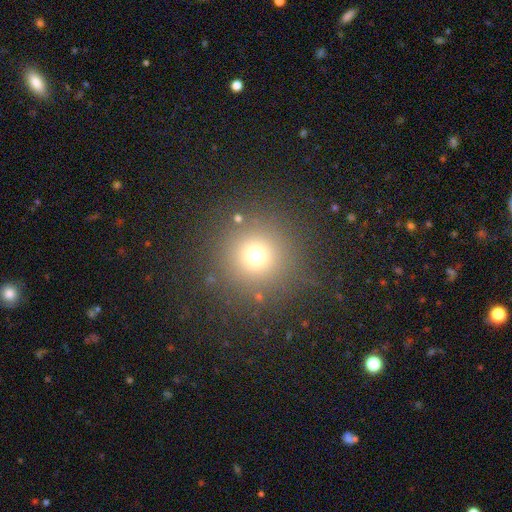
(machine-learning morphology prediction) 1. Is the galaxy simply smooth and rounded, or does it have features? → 69% smooth, 23% star or artifact, 8% featured or disk.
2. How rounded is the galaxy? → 95% round, 4% in between, 1% cigar-shaped.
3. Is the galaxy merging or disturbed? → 84% none, 7% minor disturbance, 5% major disturbance, 3% merger.